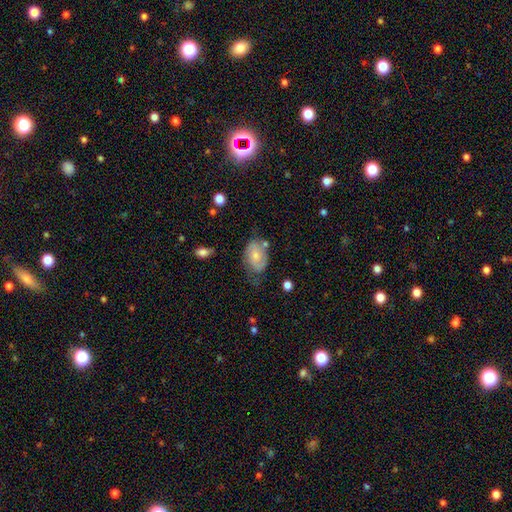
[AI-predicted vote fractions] Overall: smooth (55%; featured or disk 38%). How rounded: in between (85%). Merging: none (48%; minor disturbance 32%).